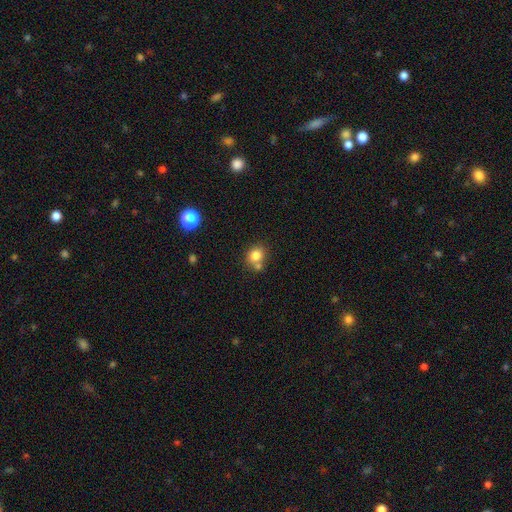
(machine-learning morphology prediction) Smooth or featured? Predicted: smooth (p=0.81). How rounded? Predicted: round (p=0.69). Merging? Predicted: none (p=0.56).